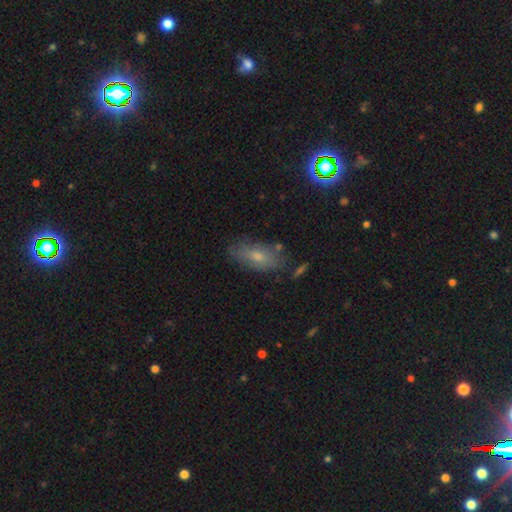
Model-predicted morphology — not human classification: A smooth galaxy with no disk features (57%) that is in between round and cigar-shaped (81%). Merging: none (74%).